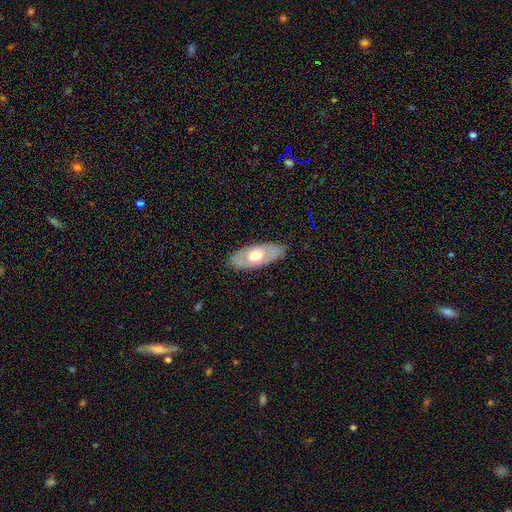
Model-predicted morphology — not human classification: Q: Smooth or featured?
A: featured or disk (48%); runner-up: smooth (47%)
Q: Merging?
A: none (84%); runner-up: minor disturbance (12%)